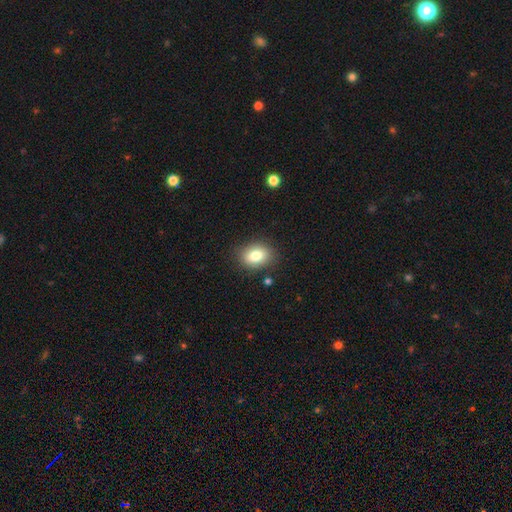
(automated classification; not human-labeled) Smooth or featured? smooth (82%)
How rounded? in between (67%)
Merging? none (85%)